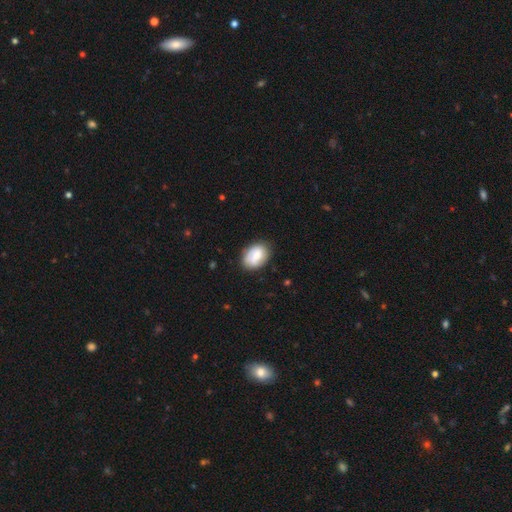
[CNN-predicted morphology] This appears to be a smooth galaxy with no disk features (70%) that is in between round and cigar-shaped (81%). Merging: none (75%).